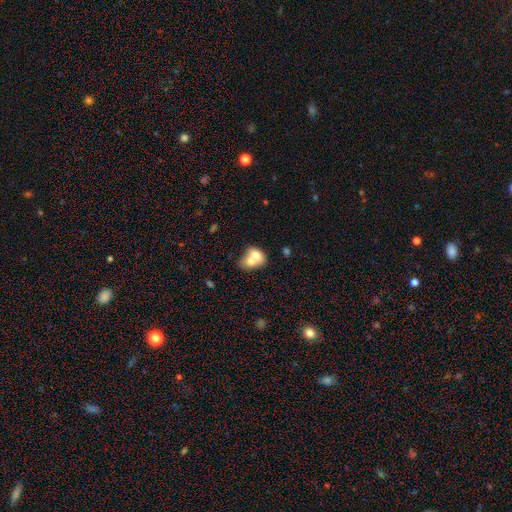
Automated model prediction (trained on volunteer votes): This is likely a smooth galaxy (66%). How rounded: possibly in between (58%). Merging: likely merger (73%).